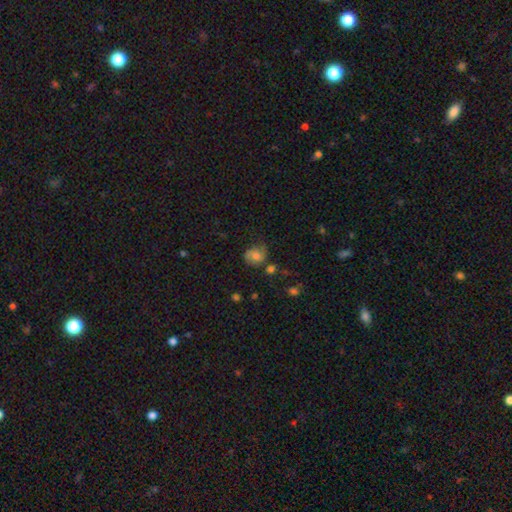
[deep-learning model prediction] Smooth or featured? Predicted: smooth (p=0.55). How rounded? Predicted: round (p=0.65). Merging? Predicted: none (p=0.54).